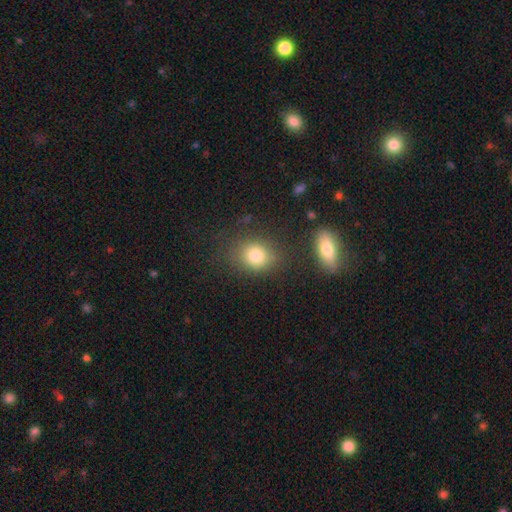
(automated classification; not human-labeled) Q: Smooth or featured?
A: smooth (81%); runner-up: star or artifact (11%)
Q: How rounded?
A: round (59%); runner-up: in between (40%)
Q: Merging?
A: none (72%); runner-up: minor disturbance (14%)